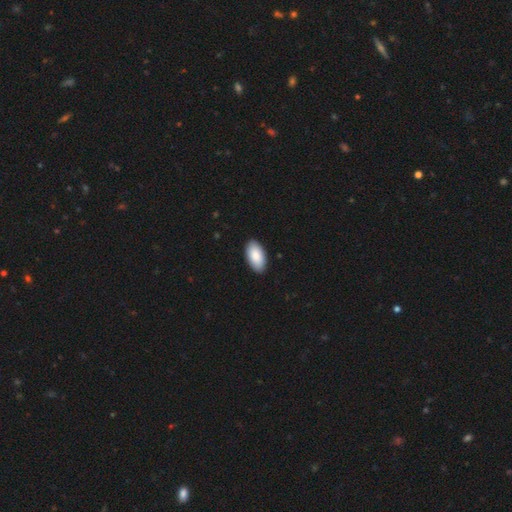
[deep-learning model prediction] Overall: smooth (88%). How rounded: in between (96%). Merging: none (90%).